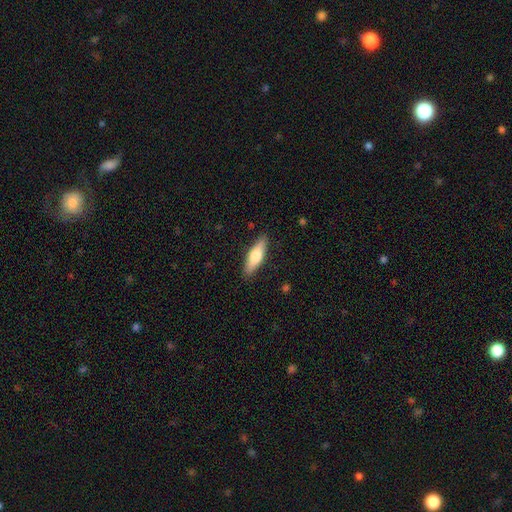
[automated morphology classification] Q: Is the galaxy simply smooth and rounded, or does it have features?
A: smooth — 64%.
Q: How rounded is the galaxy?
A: cigar-shaped — 53%.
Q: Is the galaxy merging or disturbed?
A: none — 87%.